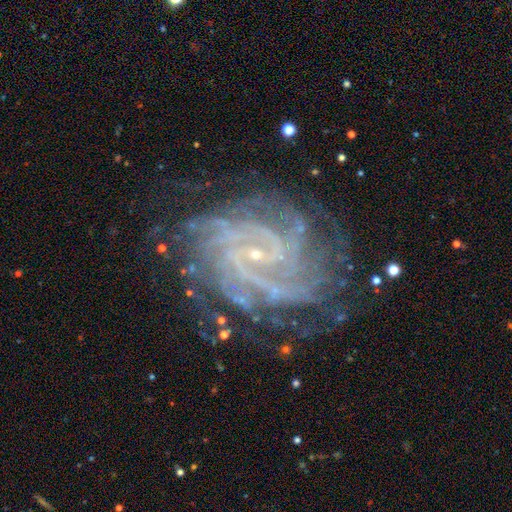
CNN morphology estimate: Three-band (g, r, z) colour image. It shows a featured or disk galaxy (90%) with no bar (41%), more than 4 (23%) tight (71%) spiral arms (98%) and a small central bulge (87%). Merging: none (76%).